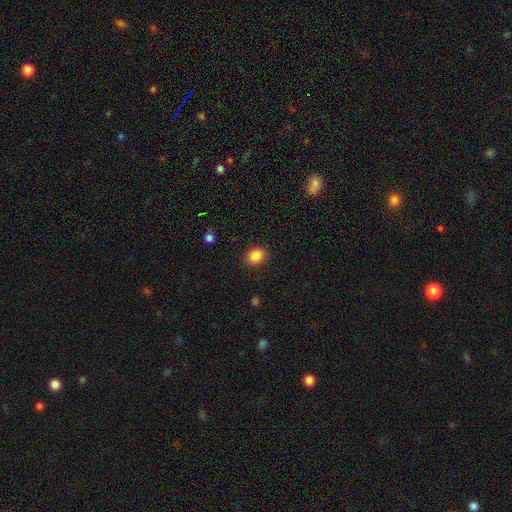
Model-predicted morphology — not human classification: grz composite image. It shows a smooth galaxy with no disk features (88%) that is round (53%). Merging: none (88%).